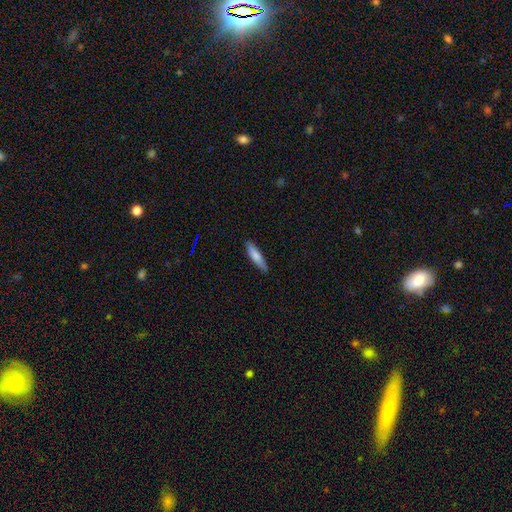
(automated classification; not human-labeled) Smooth or featured? smooth (78%)
How rounded? cigar-shaped (82%)
Merging? none (88%)